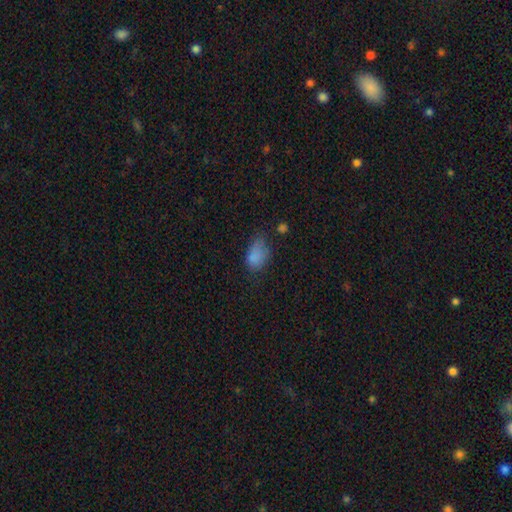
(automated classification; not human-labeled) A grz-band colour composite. It shows a smooth galaxy with no disk features (78%) that is in between round and cigar-shaped (85%). Merging: none (41%).